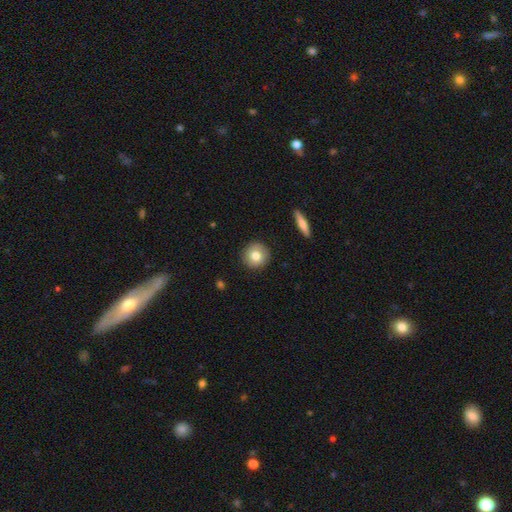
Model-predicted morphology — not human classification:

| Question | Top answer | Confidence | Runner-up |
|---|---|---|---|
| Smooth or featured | smooth | 77% | featured or disk (15%) |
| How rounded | round | 93% | in between (6%) |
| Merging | none | 90% | minor disturbance (7%) |